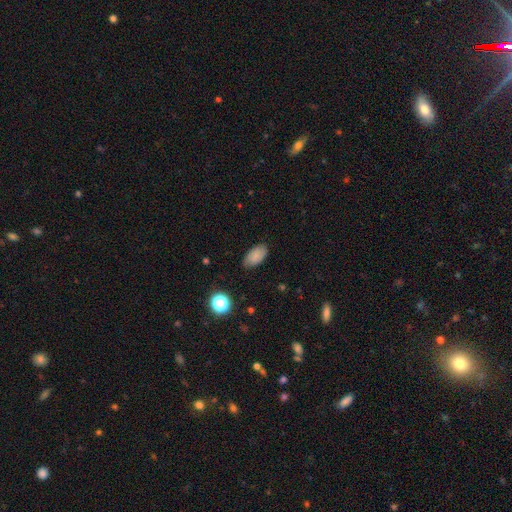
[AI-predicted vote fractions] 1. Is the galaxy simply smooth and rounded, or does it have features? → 80% smooth, 10% featured or disk, 10% star or artifact.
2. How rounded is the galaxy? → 93% in between, 4% round, 3% cigar-shaped.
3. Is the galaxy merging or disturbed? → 80% none, 15% minor disturbance, 3% major disturbance, 1% merger.